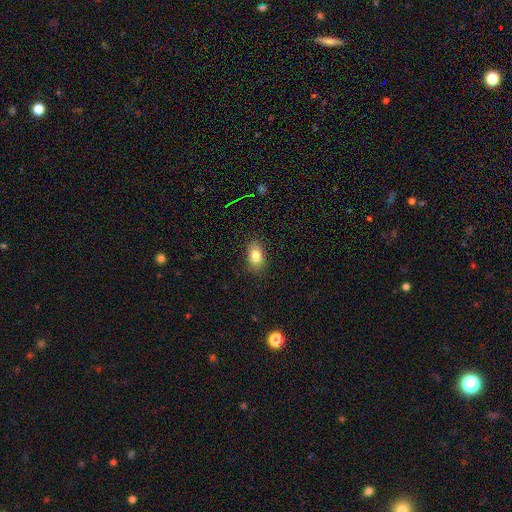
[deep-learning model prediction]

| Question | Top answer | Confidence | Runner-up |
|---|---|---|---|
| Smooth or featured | smooth | 80% | featured or disk (10%) |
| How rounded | in between | 86% | round (12%) |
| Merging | none | 87% | minor disturbance (10%) |